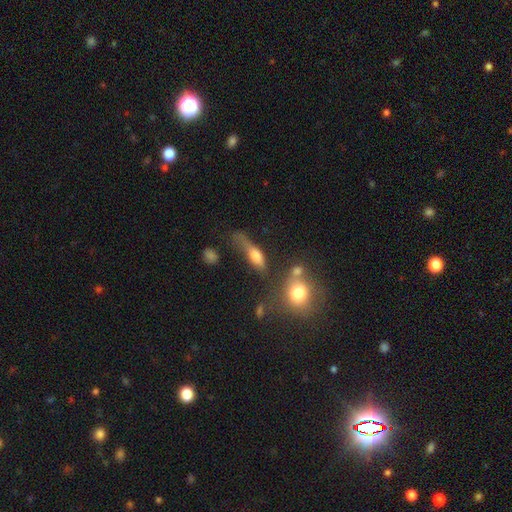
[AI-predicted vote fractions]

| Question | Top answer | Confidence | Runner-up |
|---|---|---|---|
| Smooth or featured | smooth | 62% | featured or disk (27%) |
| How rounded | in between | 51% | cigar-shaped (41%) |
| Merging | none | 32% | major disturbance (28%) |